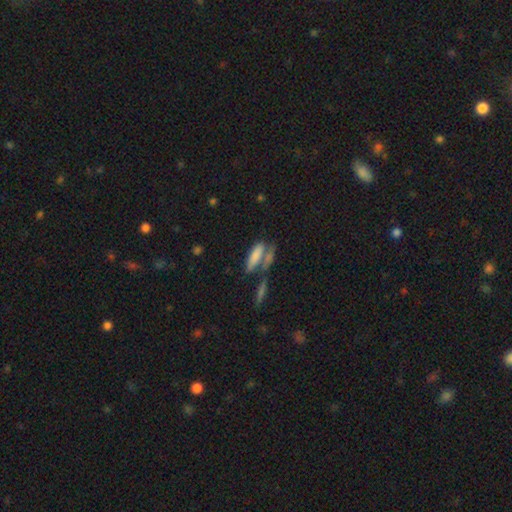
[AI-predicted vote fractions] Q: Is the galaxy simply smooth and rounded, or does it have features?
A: smooth — 74%.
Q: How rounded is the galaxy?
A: in between — 55%.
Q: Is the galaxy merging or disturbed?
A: merger — 42%.